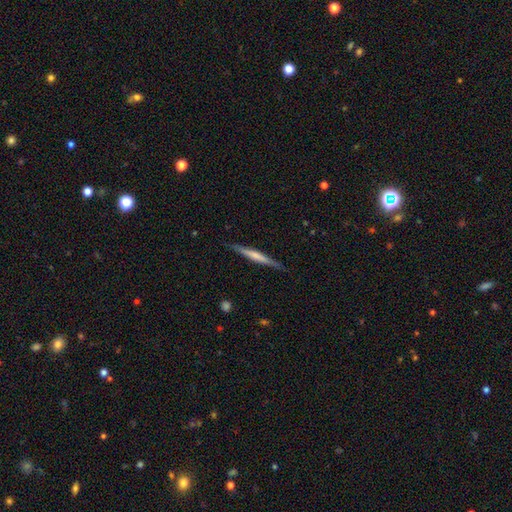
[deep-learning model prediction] A featured or disk galaxy (53%) viewed edge-on (97%) with no central bulge (50%).

Vote fractions:
- Smooth or featured? featured or disk: 53% / smooth: 42% / star or artifact: 5%
- Edge-on disk? yes: 97% / no: 3%
- Edge-on bulge? none: 50% / rounded: 31% / boxy: 19%
- Merging? none: 88% / minor disturbance: 9% / major disturbance: 2% / merger: 1%